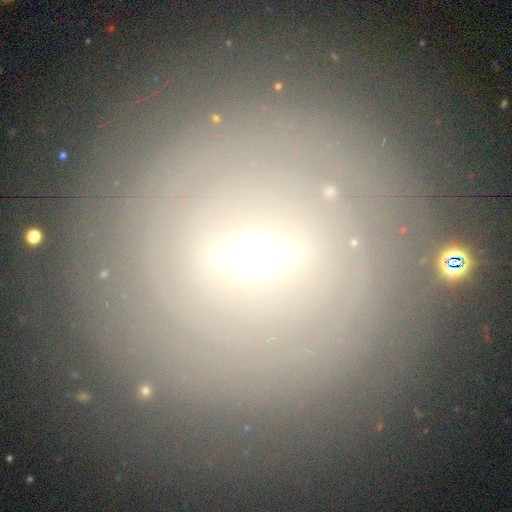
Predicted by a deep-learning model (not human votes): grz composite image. It shows a featured or disk galaxy (59%) with a weak bar (49%), no spiral arms (58%) and a small central bulge (76%). Merging: none (85%).